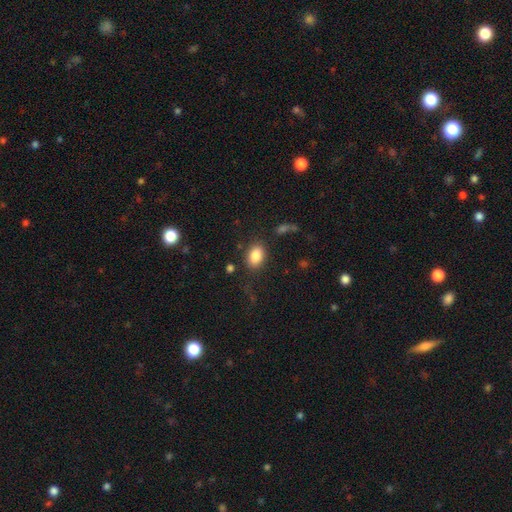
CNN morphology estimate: smooth-or-featured: smooth: 86% | star or artifact: 8% | featured or disk: 6%
  how-rounded: in between: 83% | round: 15% | cigar-shaped: 1%
  merging: none: 81% | minor disturbance: 11% | major disturbance: 5% | merger: 3%